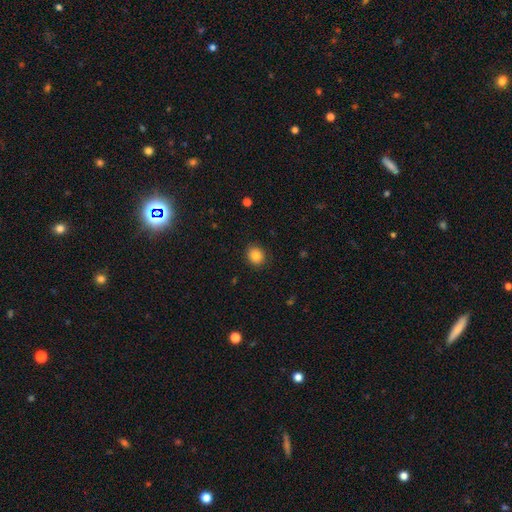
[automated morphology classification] Smooth or featured? smooth (85%)
How rounded? round (74%)
Merging? none (89%)